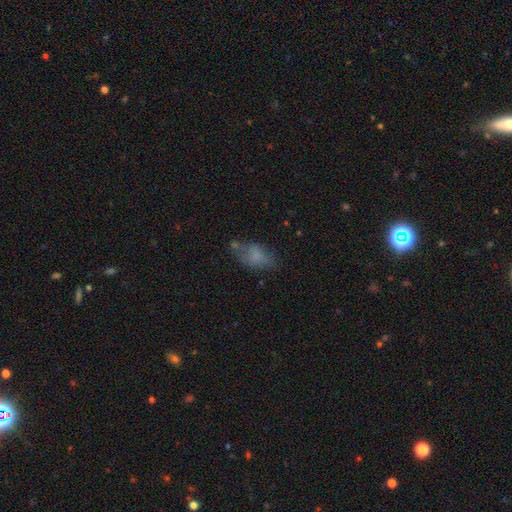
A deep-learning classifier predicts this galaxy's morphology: The model was most divided on "merging": none: 49%, minor disturbance: 26%, major disturbance: 14%, merger: 11%. More confident: how rounded — in between (88%); smooth or featured — smooth (70%).